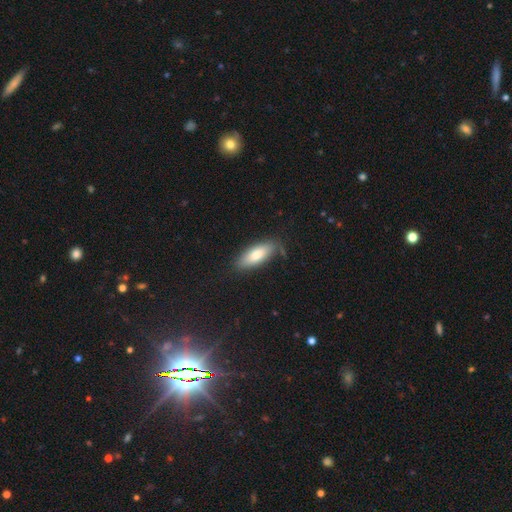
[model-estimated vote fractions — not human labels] A smooth galaxy with no disk features (76%) that is in between round and cigar-shaped (68%).

Vote fractions:
- Smooth or featured? smooth: 76% / featured or disk: 17% / star or artifact: 7%
- How rounded? in between: 68% / cigar-shaped: 30% / round: 2%
- Merging? none: 77% / minor disturbance: 17% / major disturbance: 4% / merger: 2%